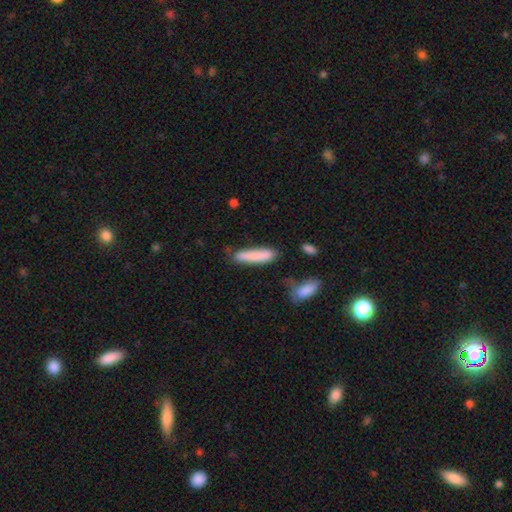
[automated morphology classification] Smooth or featured?
  - smooth: 82% *
  - featured or disk: 12%
  - star or artifact: 6%
How rounded?
  - cigar-shaped: 84% *
  - in between: 15%
  - round: 1%
Merging?
  - none: 72% *
  - minor disturbance: 18%
  - merger: 6%
  - major disturbance: 4%